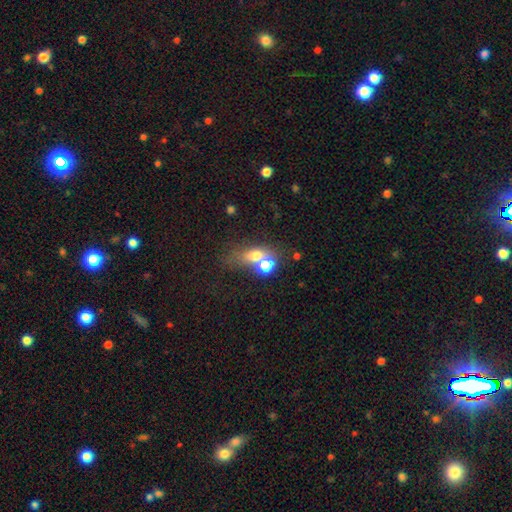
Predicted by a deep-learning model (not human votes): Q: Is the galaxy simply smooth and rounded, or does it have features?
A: smooth — 61%.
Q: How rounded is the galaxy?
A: in between — 47%.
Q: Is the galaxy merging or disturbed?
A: merger — 41%.